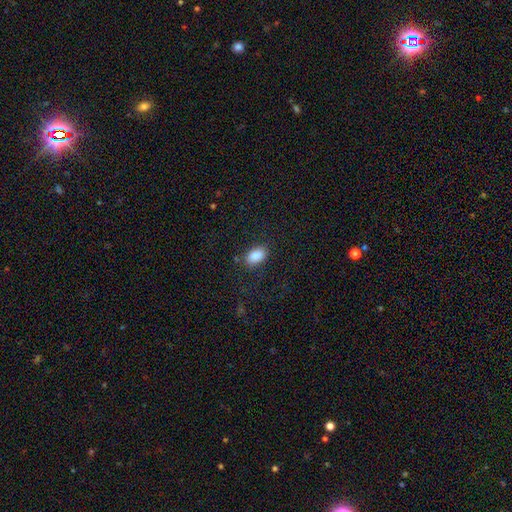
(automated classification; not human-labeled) smooth-or-featured: smooth: 88% | star or artifact: 8% | featured or disk: 4%
  how-rounded: in between: 91% | round: 7% | cigar-shaped: 2%
  merging: none: 81% | minor disturbance: 13% | major disturbance: 4% | merger: 2%